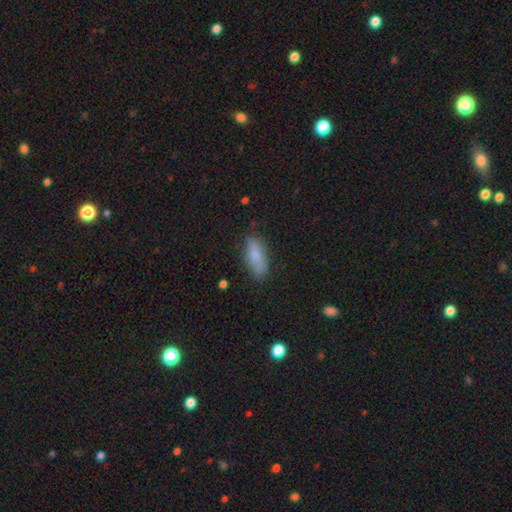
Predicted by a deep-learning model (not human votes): Smooth or featured? smooth (78%)
How rounded? in between (70%)
Merging? none (77%)